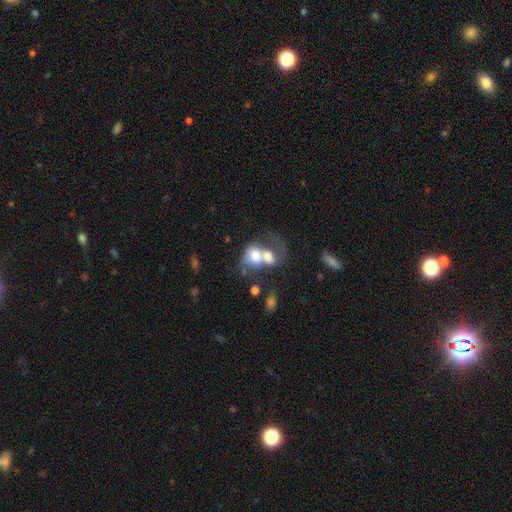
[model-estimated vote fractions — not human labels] This is possibly a smooth galaxy (59%). How rounded: possibly in between (57%). Merging: likely merger (76%).